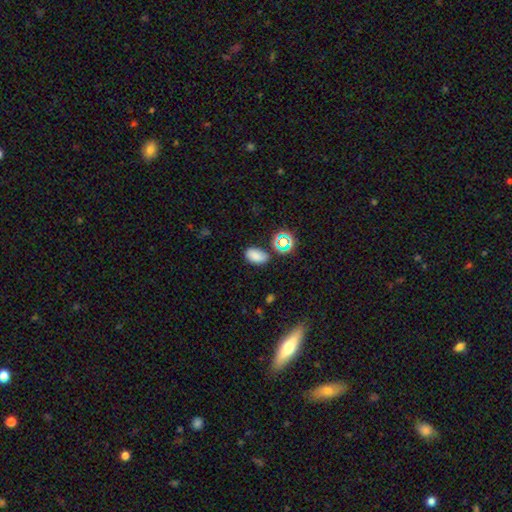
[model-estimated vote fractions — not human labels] Overall: smooth (77%). How rounded: in between (89%). Merging: none (77%).